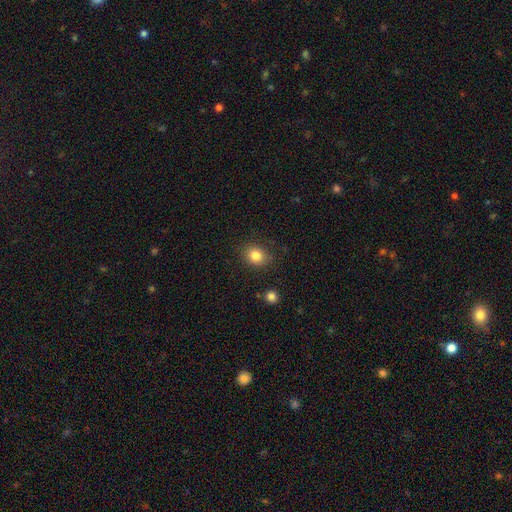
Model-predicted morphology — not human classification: A smooth galaxy with no disk features (83%) that is round (64%). Merging: none (85%).